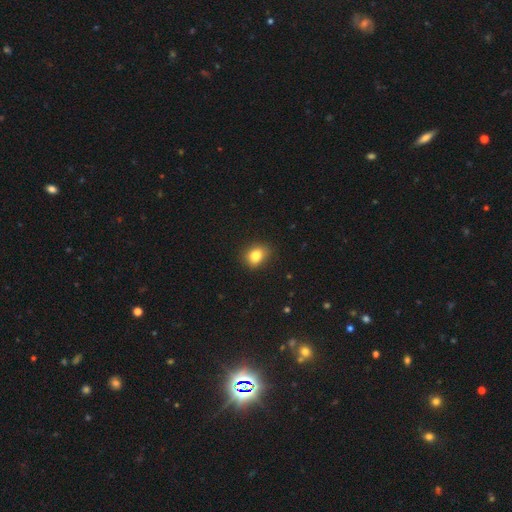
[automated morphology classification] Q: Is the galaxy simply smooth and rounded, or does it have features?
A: smooth — 83%.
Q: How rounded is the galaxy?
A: in between — 51%.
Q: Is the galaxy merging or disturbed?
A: none — 81%.